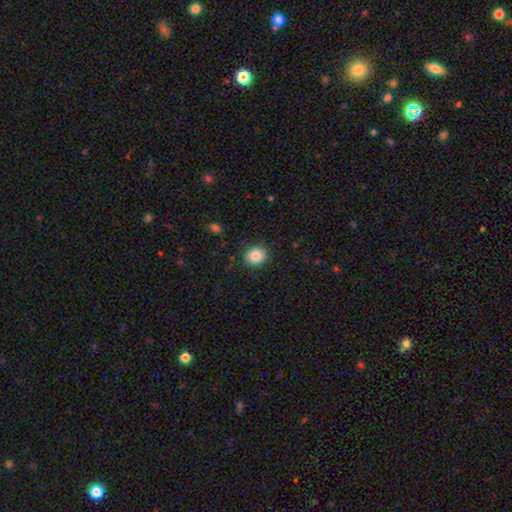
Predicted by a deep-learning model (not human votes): Smooth or featured?
  - smooth: 85% *
  - star or artifact: 10%
  - featured or disk: 6%
How rounded?
  - round: 79% *
  - in between: 20%
  - cigar-shaped: 1%
Merging?
  - none: 89% *
  - minor disturbance: 8%
  - major disturbance: 2%
  - merger: 1%